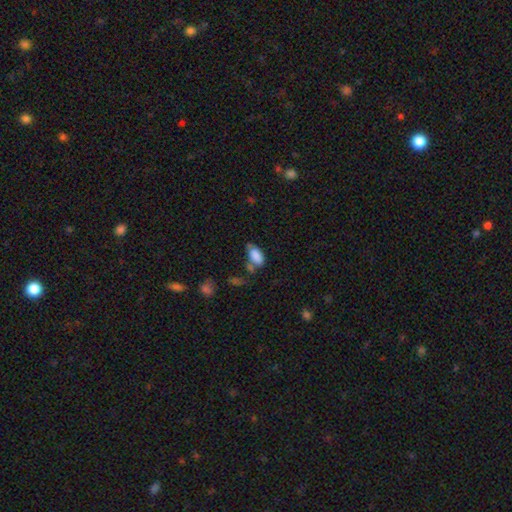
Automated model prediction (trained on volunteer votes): Overall: smooth (84%). How rounded: in between (93%). Merging: none (44%; minor disturbance 27%).